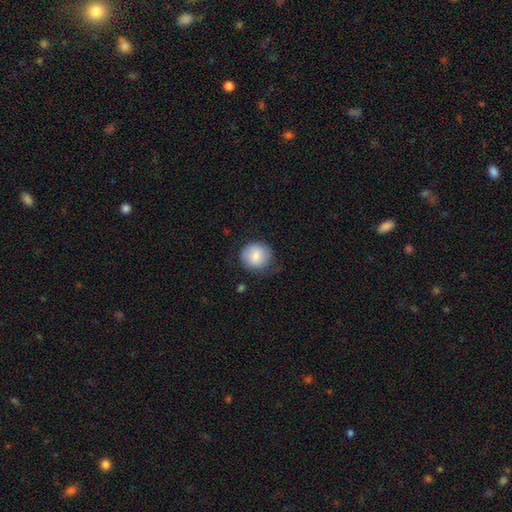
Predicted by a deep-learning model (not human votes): smooth_or_featured: smooth (p=0.83) [alt: featured or disk p=0.10]
how_rounded: round (p=0.86) [alt: in between p=0.13]
merging: none (p=0.68) [alt: minor disturbance p=0.24]